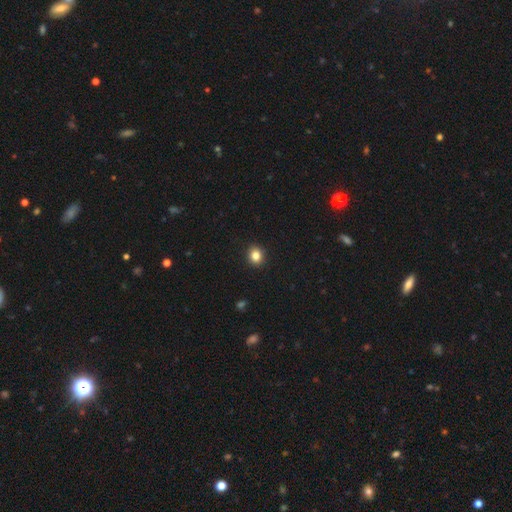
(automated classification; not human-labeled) Q: Smooth or featured?
A: smooth (84%); runner-up: star or artifact (11%)
Q: How rounded?
A: round (73%); runner-up: in between (27%)
Q: Merging?
A: none (92%); runner-up: minor disturbance (5%)